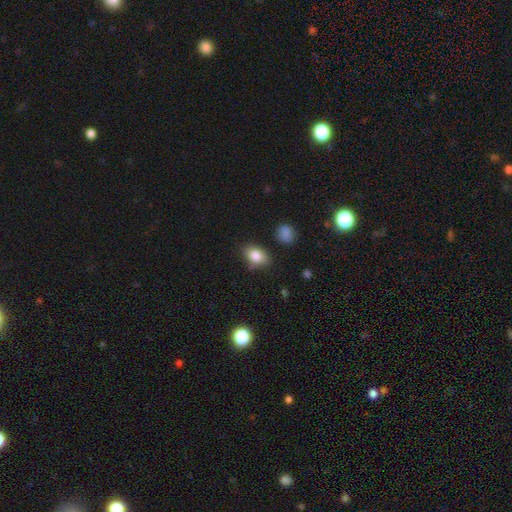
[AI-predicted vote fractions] Morphology: type=smooth (83%); roundness=in between (80%); merging=none (77%).